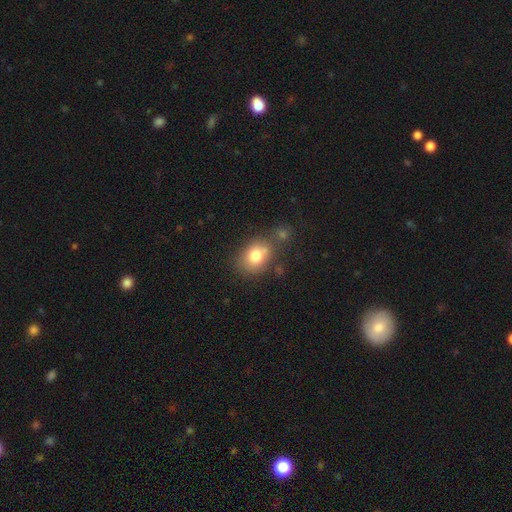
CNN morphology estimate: Smooth or featured?
  - smooth: 78% *
  - featured or disk: 12%
  - star or artifact: 10%
How rounded?
  - in between: 59% *
  - round: 40%
  - cigar-shaped: 1%
Merging?
  - none: 58% *
  - minor disturbance: 19%
  - merger: 17%
  - major disturbance: 7%